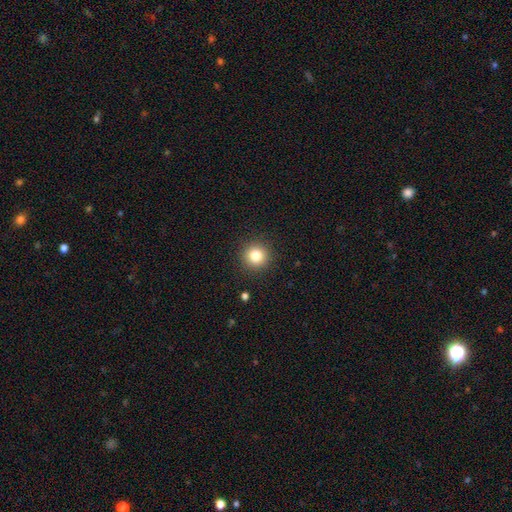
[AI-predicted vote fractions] Smooth or featured?
  - smooth: 82% *
  - star or artifact: 12%
  - featured or disk: 6%
How rounded?
  - round: 95% *
  - in between: 4%
  - cigar-shaped: 1%
Merging?
  - none: 91% *
  - minor disturbance: 5%
  - major disturbance: 2%
  - merger: 1%